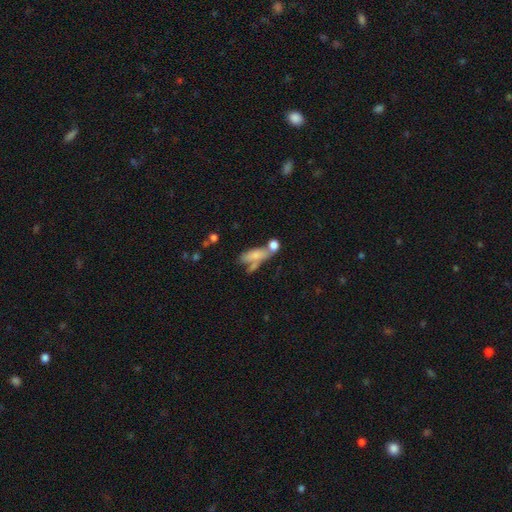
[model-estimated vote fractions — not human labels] Morphology: type=smooth (68%); roundness=in between (67%); merging=merger (39%).